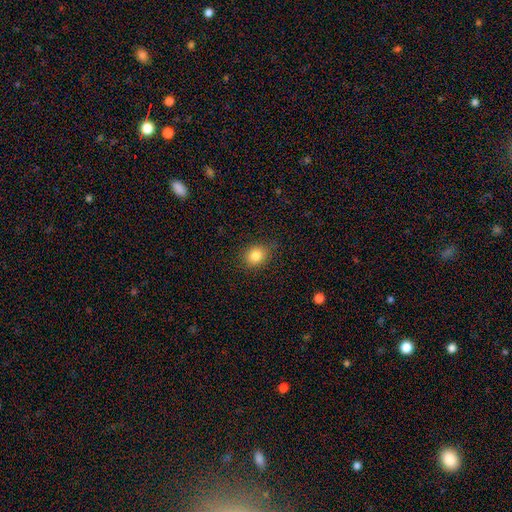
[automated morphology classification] type=smooth (83%); roundness=round (65%); merging=none (81%).